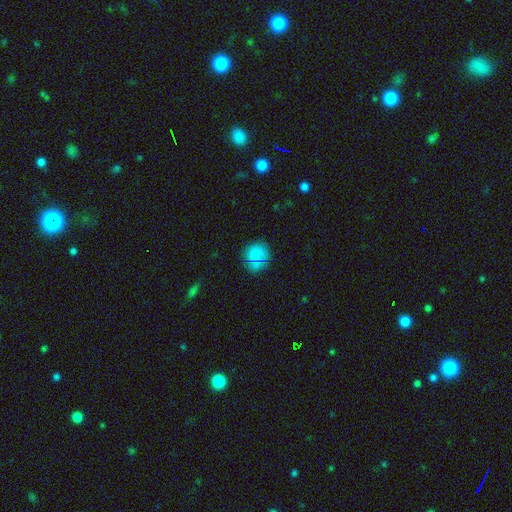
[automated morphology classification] This appears to be a smooth galaxy with no disk features (78%) that is round (81%). Merging: none (54%).